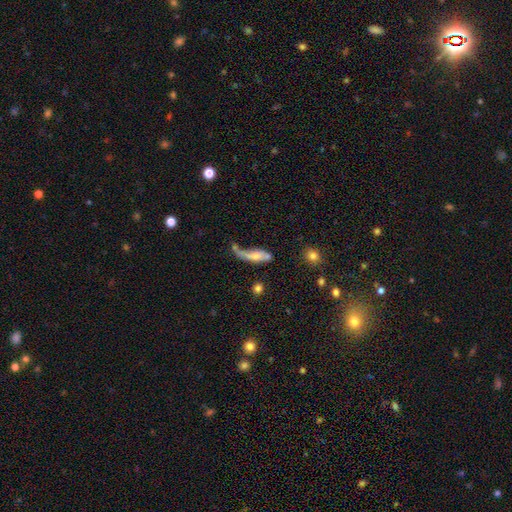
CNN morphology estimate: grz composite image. It shows a smooth galaxy with no disk features (55%) that is cigar-shaped (51%). Merging: major disturbance (31%).